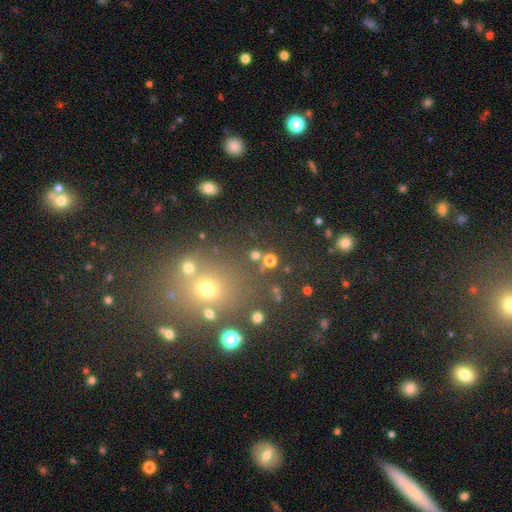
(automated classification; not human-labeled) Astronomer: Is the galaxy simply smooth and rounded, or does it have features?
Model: smooth — 71%.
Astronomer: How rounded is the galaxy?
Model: round — 88%.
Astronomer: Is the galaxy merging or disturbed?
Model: none — 77%.